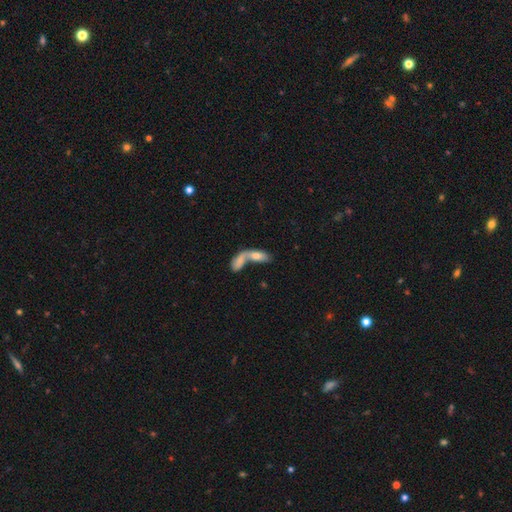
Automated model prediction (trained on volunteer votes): A smooth galaxy with no disk features (61%) that is in between round and cigar-shaped (71%).

Vote fractions:
- Smooth or featured? smooth: 61% / featured or disk: 30% / star or artifact: 9%
- How rounded? in between: 71% / cigar-shaped: 24% / round: 5%
- Merging? merger: 70% / none: 17% / major disturbance: 7% / minor disturbance: 6%